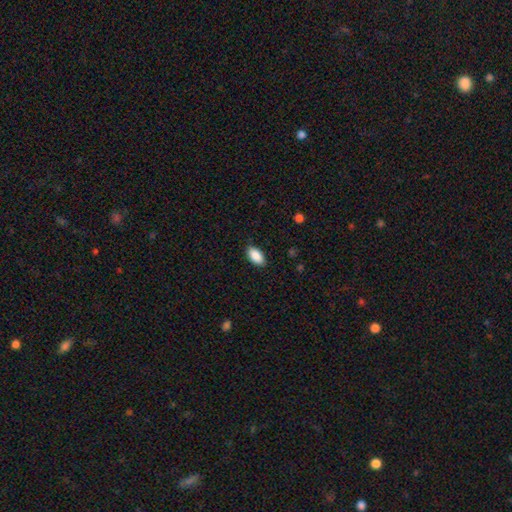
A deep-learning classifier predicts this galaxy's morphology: smooth 90%, star or artifact 7%, featured or disk 4%. Down the decision tree: how rounded — in between (94%); merging — none (87%).